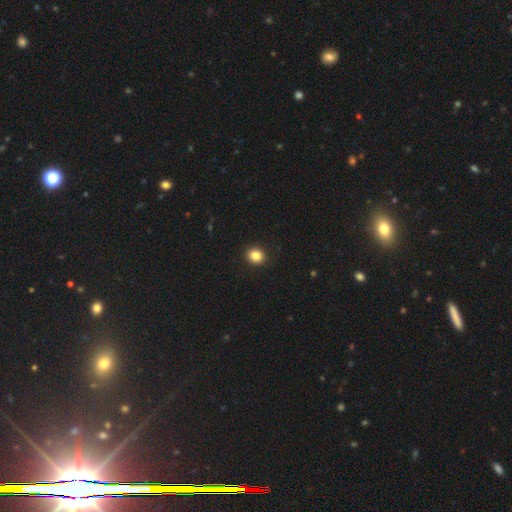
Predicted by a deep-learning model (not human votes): smooth_or_featured: smooth (p=0.85) [alt: star or artifact p=0.10]
how_rounded: round (p=0.75) [alt: in between p=0.24]
merging: none (p=0.91) [alt: minor disturbance p=0.06]